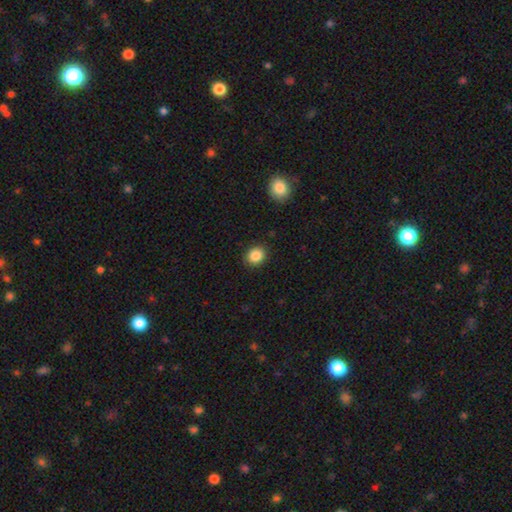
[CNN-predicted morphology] A smooth galaxy with no disk features (87%) that is round (71%).

Vote fractions:
- Smooth or featured? smooth: 87% / star or artifact: 9% / featured or disk: 4%
- How rounded? round: 71% / in between: 28% / cigar-shaped: 1%
- Merging? none: 90% / minor disturbance: 7% / major disturbance: 2% / merger: 1%